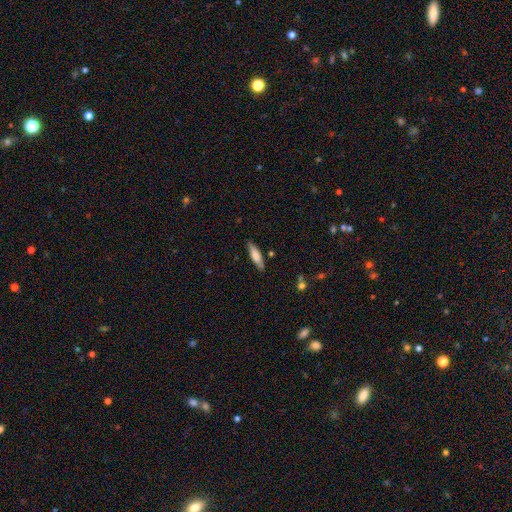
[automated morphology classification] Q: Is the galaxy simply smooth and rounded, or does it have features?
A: smooth — 69%.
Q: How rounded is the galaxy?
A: cigar-shaped — 65%.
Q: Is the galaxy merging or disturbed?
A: none — 84%.